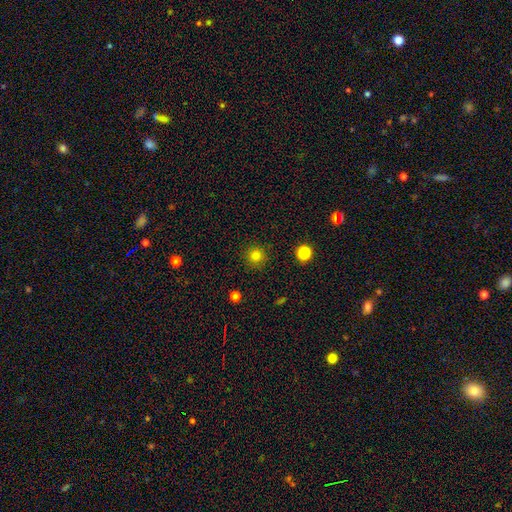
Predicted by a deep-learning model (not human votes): Smooth or featured? Predicted: smooth (p=0.81). How rounded? Predicted: round (p=0.95). Merging? Predicted: none (p=0.90).